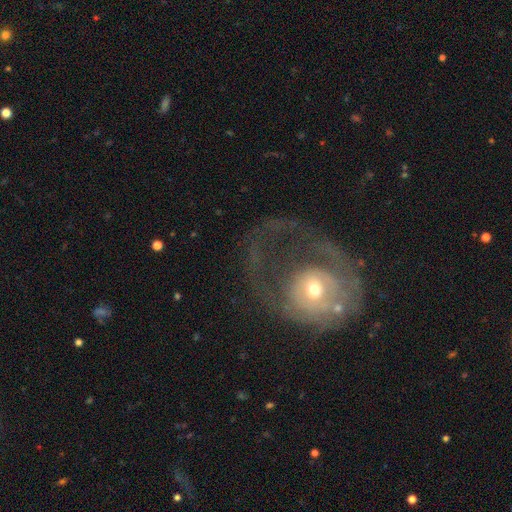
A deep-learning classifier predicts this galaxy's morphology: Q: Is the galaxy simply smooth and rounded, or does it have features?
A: featured or disk — 62%.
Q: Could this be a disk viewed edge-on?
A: no — 97%.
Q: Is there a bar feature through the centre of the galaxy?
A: no — 80%.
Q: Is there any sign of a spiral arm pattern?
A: no — 51%.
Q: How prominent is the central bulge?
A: moderate — 53%.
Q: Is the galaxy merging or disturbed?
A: major disturbance — 54%.